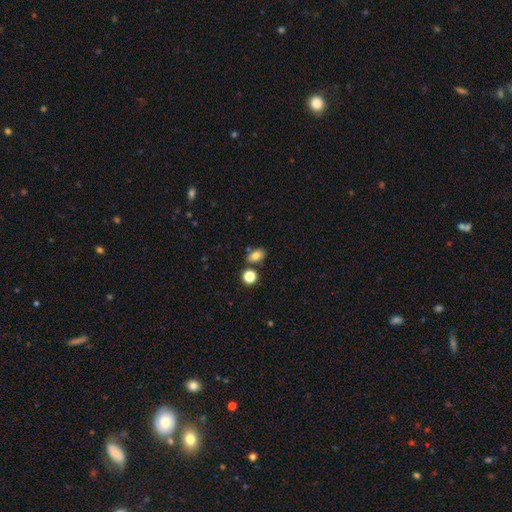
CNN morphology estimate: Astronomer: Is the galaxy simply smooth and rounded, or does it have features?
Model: smooth — 78%.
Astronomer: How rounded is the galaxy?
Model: in between — 76%.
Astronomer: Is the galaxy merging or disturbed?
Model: none — 72%.